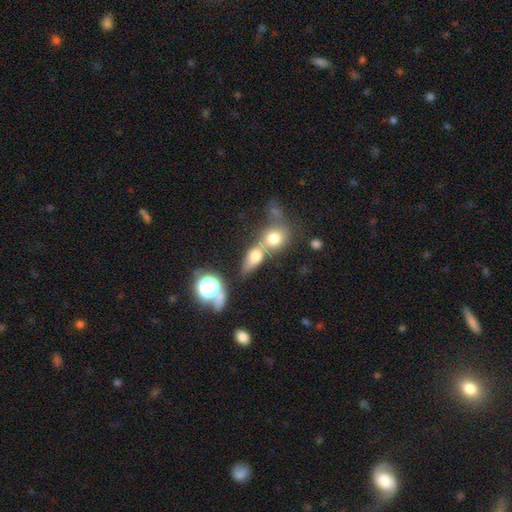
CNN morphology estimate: Q: Smooth or featured?
A: smooth (65%); runner-up: featured or disk (18%)
Q: How rounded?
A: round (46%); tied with: in between (46%)
Q: Merging?
A: merger (62%); runner-up: none (26%)